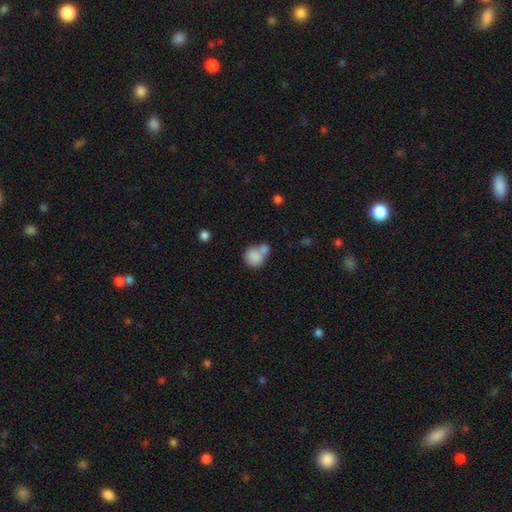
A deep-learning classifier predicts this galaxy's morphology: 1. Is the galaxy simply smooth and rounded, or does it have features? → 82% smooth, 10% featured or disk, 8% star or artifact.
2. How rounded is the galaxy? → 73% round, 26% in between, 1% cigar-shaped.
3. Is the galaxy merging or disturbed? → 52% merger, 32% none, 11% minor disturbance, 5% major disturbance.